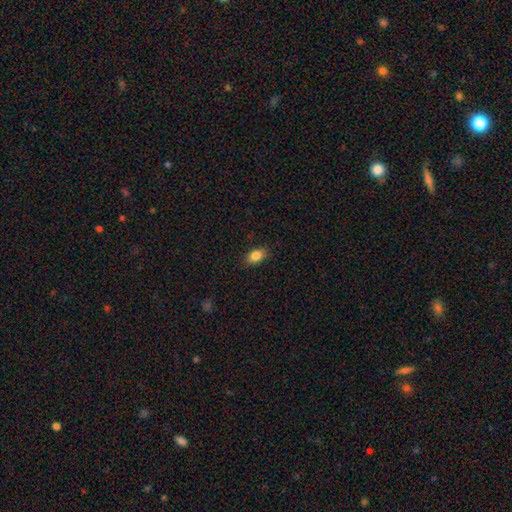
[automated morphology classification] smooth 85%, star or artifact 9%, featured or disk 6%. Down the decision tree: how rounded — in between (83%); merging — none (86%).